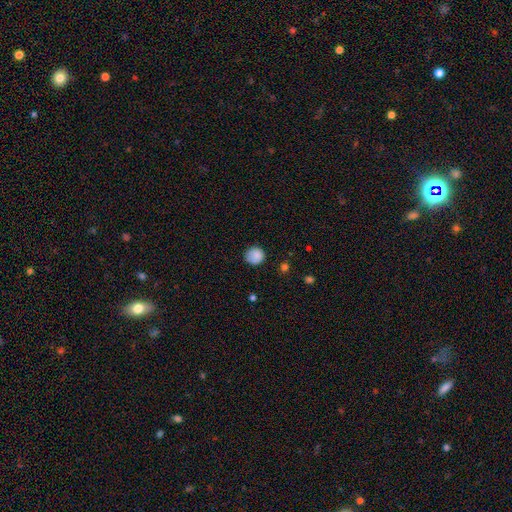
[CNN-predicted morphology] smooth-or-featured: smooth: 85% | star or artifact: 8% | featured or disk: 7%
  how-rounded: round: 89% | in between: 10% | cigar-shaped: 1%
  merging: none: 76% | minor disturbance: 18% | major disturbance: 4% | merger: 2%